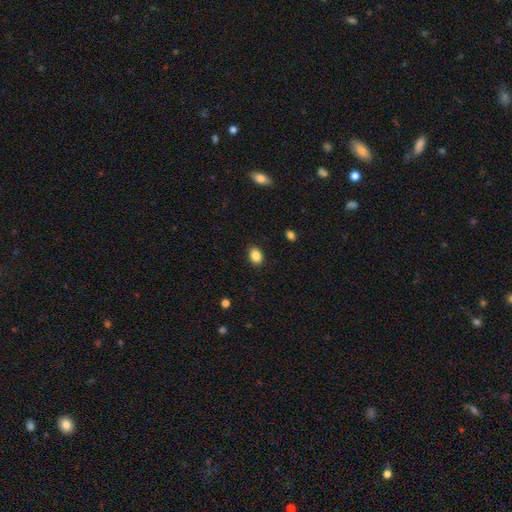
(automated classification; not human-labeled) A smooth galaxy with no disk features (87%) that is in between round and cigar-shaped (75%). Merging: none (88%).